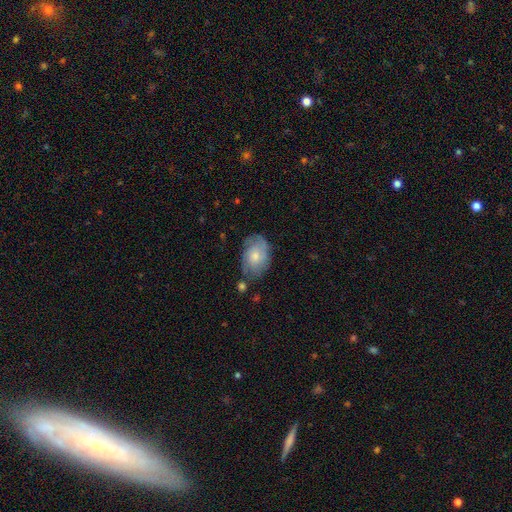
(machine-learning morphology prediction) This is possibly a smooth galaxy (49%). Merging: possibly none (59%).